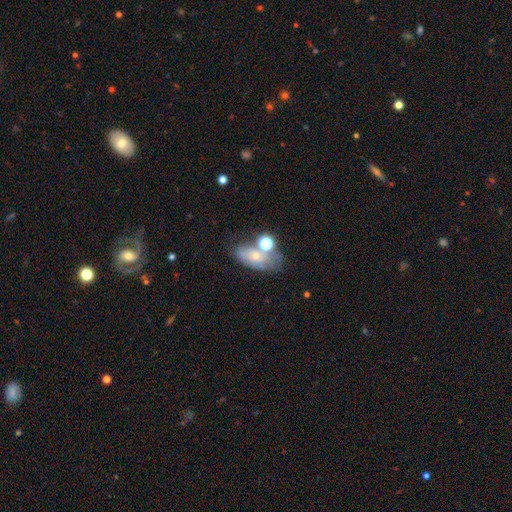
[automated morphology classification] type=smooth (54%); roundness=in between (80%); merging=none (36%).